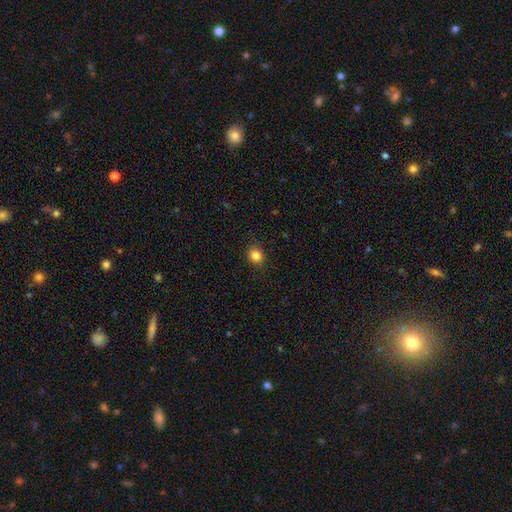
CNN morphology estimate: Smooth or featured?
  - smooth: 84% *
  - star or artifact: 11%
  - featured or disk: 5%
How rounded?
  - round: 68% *
  - in between: 31%
  - cigar-shaped: 1%
Merging?
  - none: 89% *
  - minor disturbance: 8%
  - major disturbance: 2%
  - merger: 1%